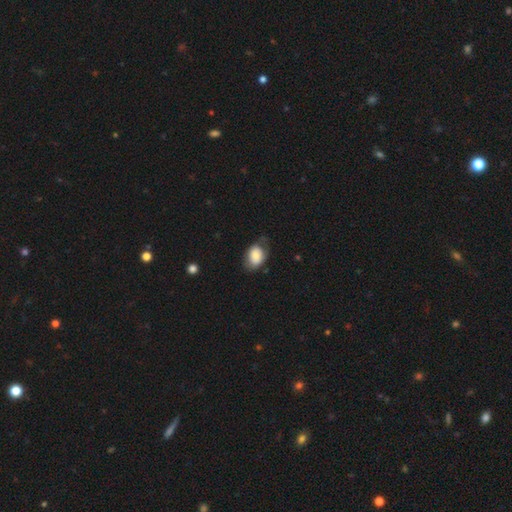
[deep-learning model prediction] smooth-or-featured: smooth: 76% | featured or disk: 16% | star or artifact: 7%
  how-rounded: in between: 76% | round: 23% | cigar-shaped: 1%
  merging: none: 58% | minor disturbance: 29% | major disturbance: 11% | merger: 2%